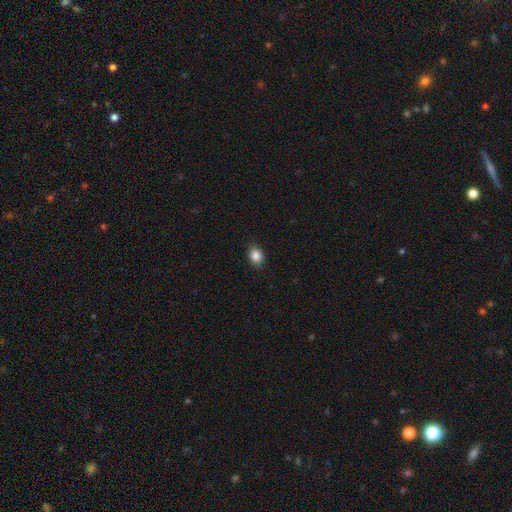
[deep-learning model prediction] smooth_or_featured: smooth (p=0.86) [alt: star or artifact p=0.09]
how_rounded: in between (p=0.56) [alt: round p=0.43]
merging: none (p=0.84) [alt: minor disturbance p=0.12]